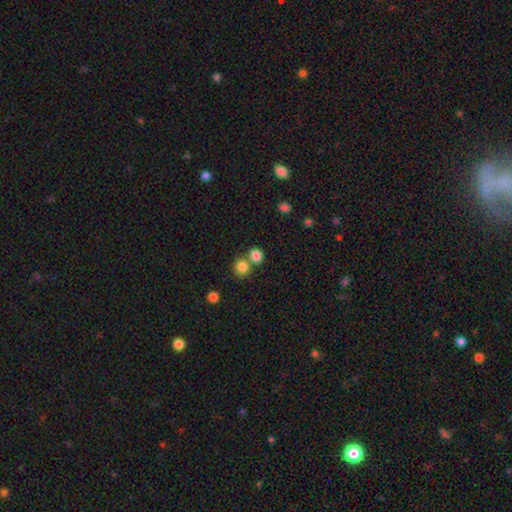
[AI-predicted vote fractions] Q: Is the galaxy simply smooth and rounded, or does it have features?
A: smooth — 83%.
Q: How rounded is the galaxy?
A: round — 78%.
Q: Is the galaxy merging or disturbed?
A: none — 53%.